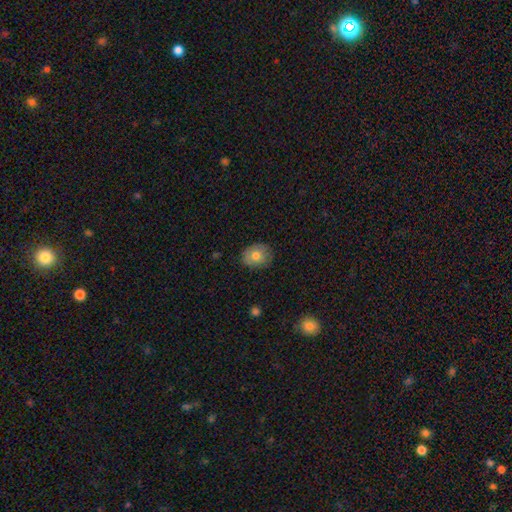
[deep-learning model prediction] Morphology: type=smooth (77%); roundness=round (55%); merging=none (84%).